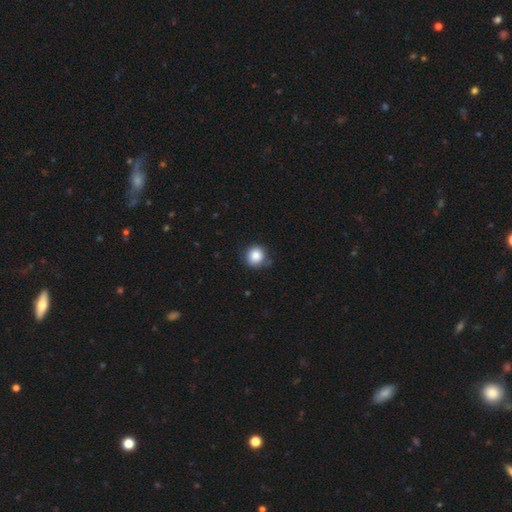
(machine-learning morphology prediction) A smooth galaxy with no disk features (86%) that is round (91%). Merging: none (77%).